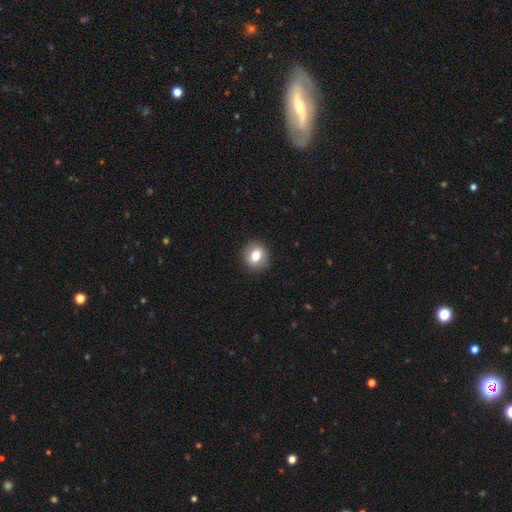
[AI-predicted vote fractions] A smooth galaxy with no disk features (78%) that is round (74%).

Vote fractions:
- Smooth or featured? smooth: 78% / featured or disk: 13% / star or artifact: 9%
- How rounded? round: 74% / in between: 25% / cigar-shaped: 1%
- Merging? none: 89% / minor disturbance: 8% / major disturbance: 2% / merger: 1%